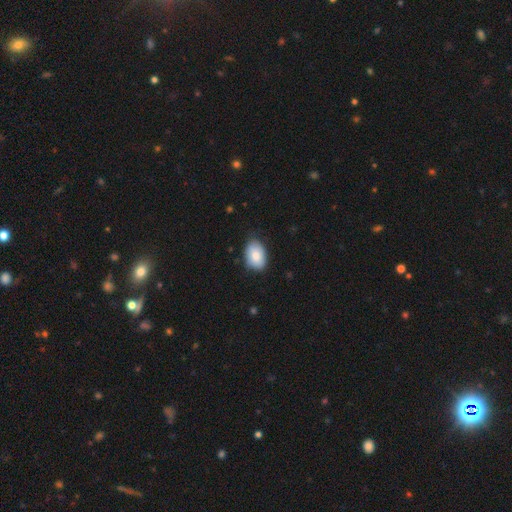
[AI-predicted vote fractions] Smooth or featured? smooth (82%)
How rounded? in between (85%)
Merging? none (77%)